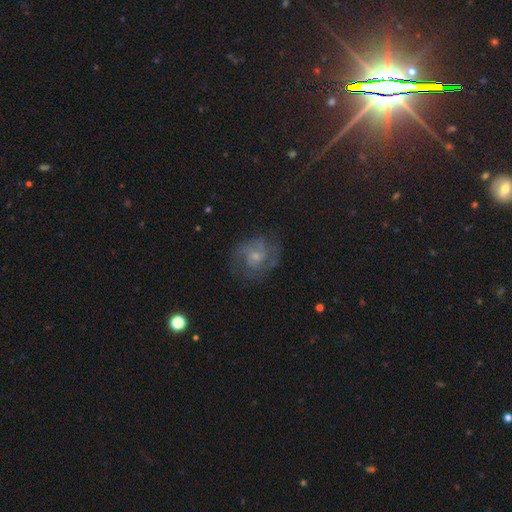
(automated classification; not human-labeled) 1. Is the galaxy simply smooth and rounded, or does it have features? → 74% featured or disk, 17% smooth, 9% star or artifact.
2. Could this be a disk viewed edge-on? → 98% no, 2% yes.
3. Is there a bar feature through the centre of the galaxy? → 55% no, 40% weak, 5% strong.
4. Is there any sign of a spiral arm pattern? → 91% yes, 9% no.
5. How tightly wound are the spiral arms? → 52% medium, 31% tight, 17% loose.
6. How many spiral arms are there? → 59% 2, 18% can't tell, 12% 3, 4% 1, 3% 4, 3% more than 4.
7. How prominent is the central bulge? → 63% small, 25% moderate, 9% none, 2% large, 1% dominant.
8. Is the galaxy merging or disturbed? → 69% none, 18% minor disturbance, 12% major disturbance, 1% merger.